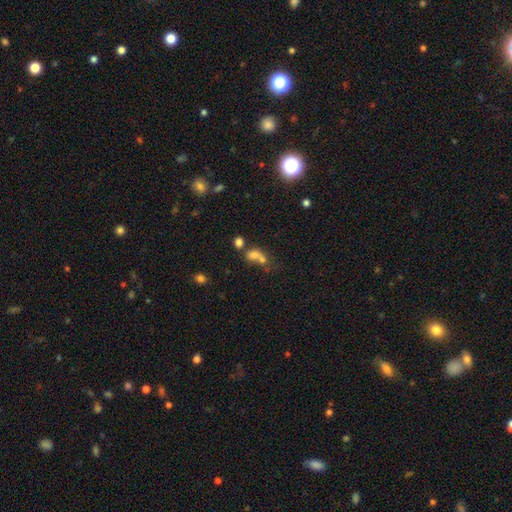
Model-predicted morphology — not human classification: A smooth galaxy with no disk features (69%) that is in between round and cigar-shaped (55%).

Vote fractions:
- Smooth or featured? smooth: 69% / featured or disk: 15% / star or artifact: 15%
- How rounded? in between: 55% / round: 41% / cigar-shaped: 4%
- Merging? merger: 58% / none: 23% / major disturbance: 10% / minor disturbance: 9%